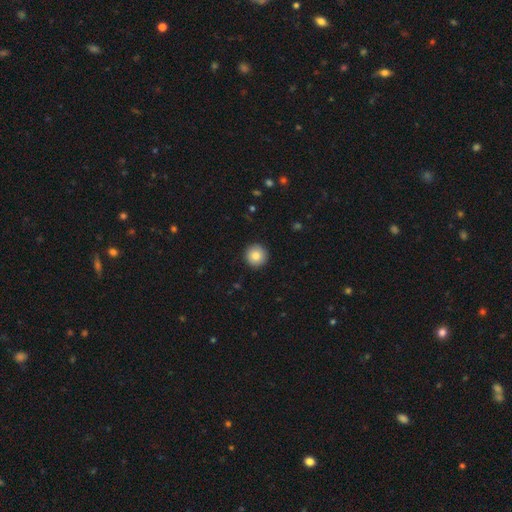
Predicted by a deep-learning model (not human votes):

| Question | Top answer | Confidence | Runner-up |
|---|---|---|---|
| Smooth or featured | smooth | 84% | star or artifact (8%) |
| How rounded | round | 96% | in between (3%) |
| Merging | none | 92% | minor disturbance (5%) |